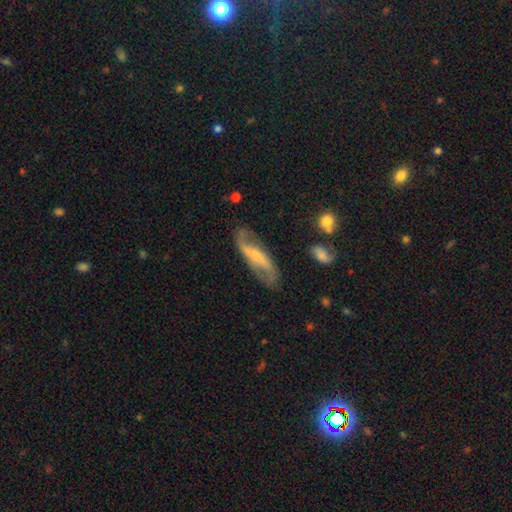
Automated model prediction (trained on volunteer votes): This appears to be a featured or disk galaxy (78%) with a strong bar (38%), 2 (87%) loose (61%) spiral arms (91%) and a small central bulge (55%). Merging: none (71%).